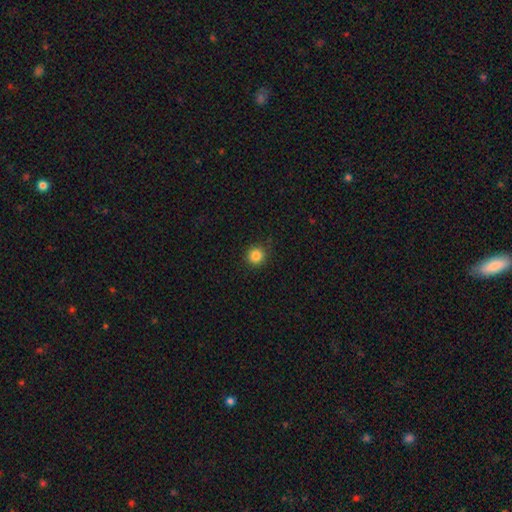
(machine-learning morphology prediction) smooth_or_featured: smooth (p=0.85) [alt: star or artifact p=0.11]
how_rounded: round (p=0.94) [alt: in between p=0.05]
merging: none (p=0.90) [alt: minor disturbance p=0.06]